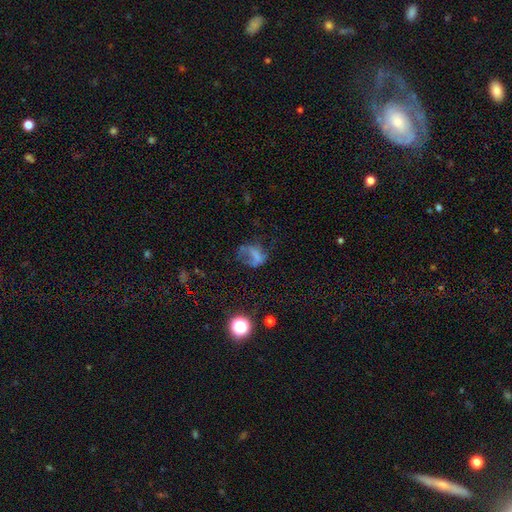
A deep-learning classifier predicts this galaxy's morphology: Smooth or featured? Predicted: smooth (p=0.42). Merging? Predicted: major disturbance (p=0.44).